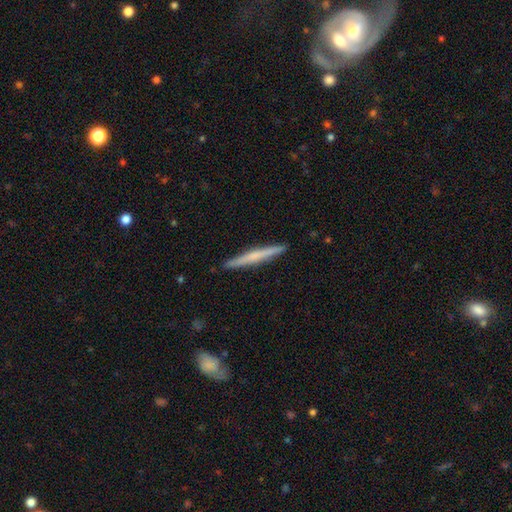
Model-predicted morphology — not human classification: smooth-or-featured: smooth: 48% | featured or disk: 46% | star or artifact: 6%
  merging: none: 91% | minor disturbance: 6% | major disturbance: 1% | merger: 1%